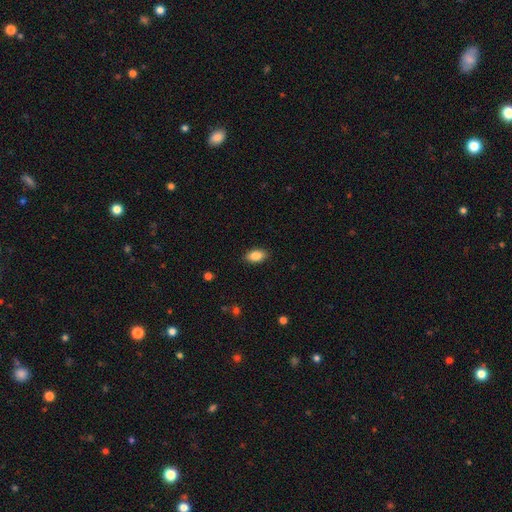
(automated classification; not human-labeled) smooth-or-featured: smooth: 87% | star or artifact: 7% | featured or disk: 5%
  how-rounded: in between: 92% | round: 5% | cigar-shaped: 3%
  merging: none: 88% | minor disturbance: 9% | major disturbance: 2% | merger: 1%